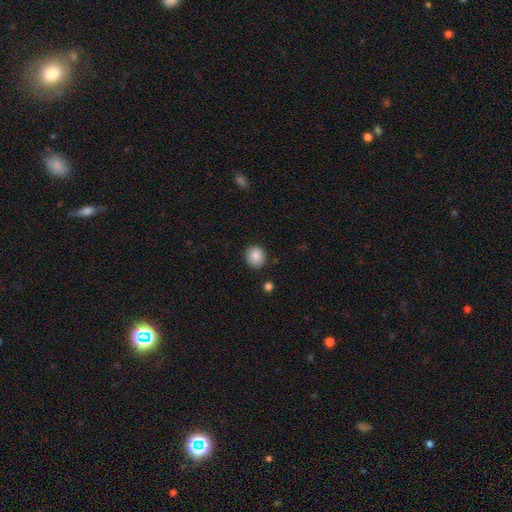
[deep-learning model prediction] smooth_or_featured: smooth (p=0.87) [alt: star or artifact p=0.08]
how_rounded: round (p=0.77) [alt: in between p=0.22]
merging: none (p=0.86) [alt: minor disturbance p=0.10]